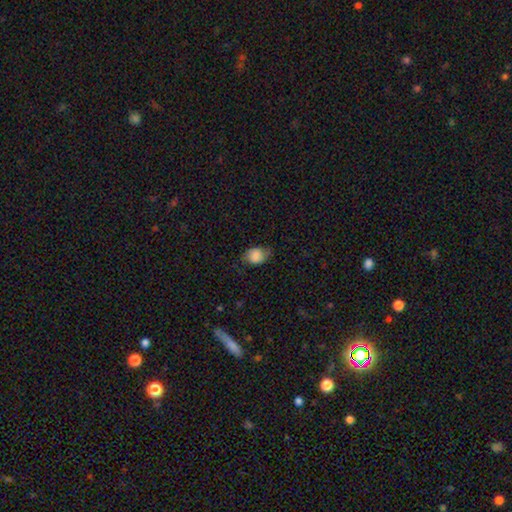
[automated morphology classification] Smooth or featured?
  - smooth: 79% *
  - featured or disk: 13%
  - star or artifact: 8%
How rounded?
  - in between: 66% *
  - round: 33%
  - cigar-shaped: 1%
Merging?
  - none: 63% *
  - minor disturbance: 27%
  - major disturbance: 9%
  - merger: 1%